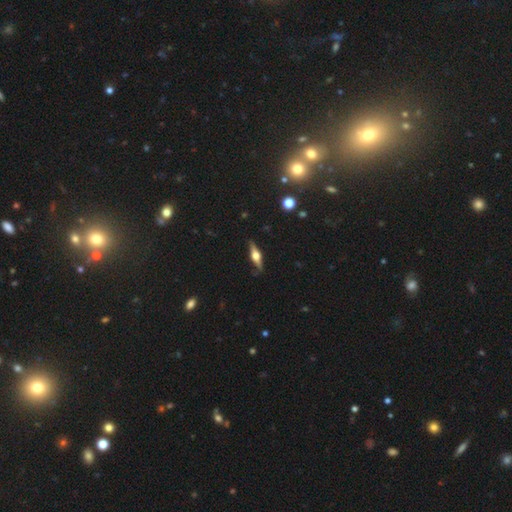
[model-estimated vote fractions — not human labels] This is likely a featured or disk galaxy (73%). It is clearly viewed edge-on (97%). Edge-on bulge: clearly rounded (94%). Merging: clearly none (87%).